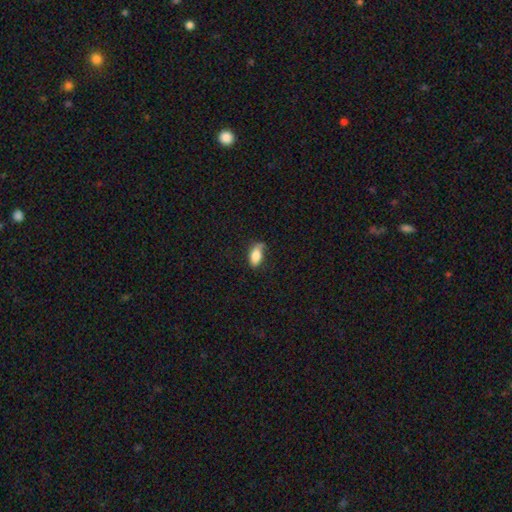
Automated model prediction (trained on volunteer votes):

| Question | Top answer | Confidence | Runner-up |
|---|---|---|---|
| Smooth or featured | smooth | 81% | featured or disk (12%) |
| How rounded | in between | 89% | cigar-shaped (6%) |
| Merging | none | 50% | minor disturbance (34%) |